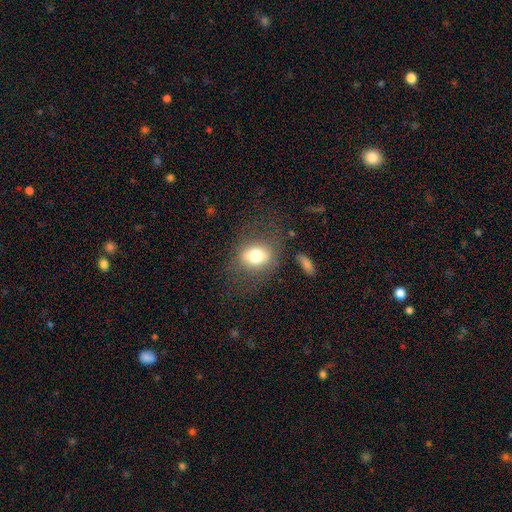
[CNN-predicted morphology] A smooth galaxy with no disk features (71%) that is in between round and cigar-shaped (60%). Merging: none (68%).